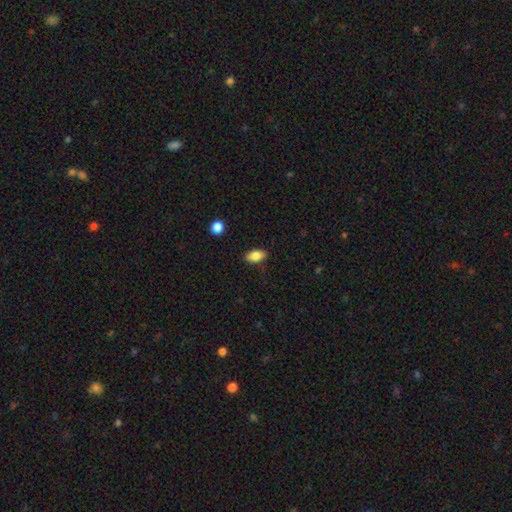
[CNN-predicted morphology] This appears to be a smooth galaxy with no disk features (84%) that is in between round and cigar-shaped (89%). Merging: none (85%).